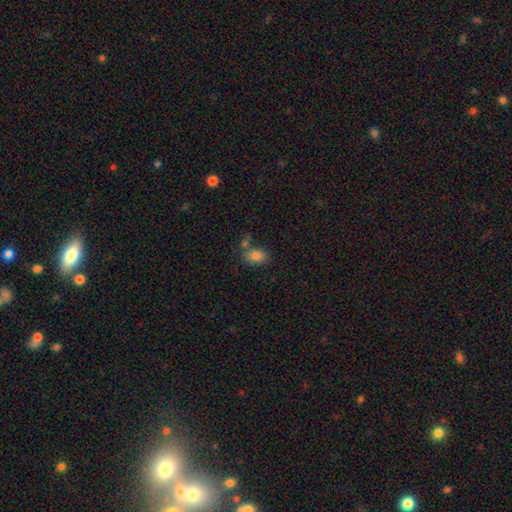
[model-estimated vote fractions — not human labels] Overall: smooth (83%). How rounded: in between (76%). Merging: none (61%).